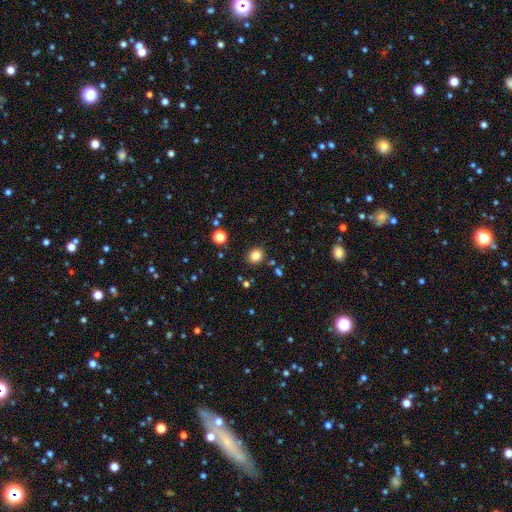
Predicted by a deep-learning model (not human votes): smooth-or-featured: smooth: 83% | star or artifact: 13% | featured or disk: 4%
  how-rounded: round: 79% | in between: 20% | cigar-shaped: 1%
  merging: none: 88% | minor disturbance: 7% | merger: 3% | major disturbance: 3%